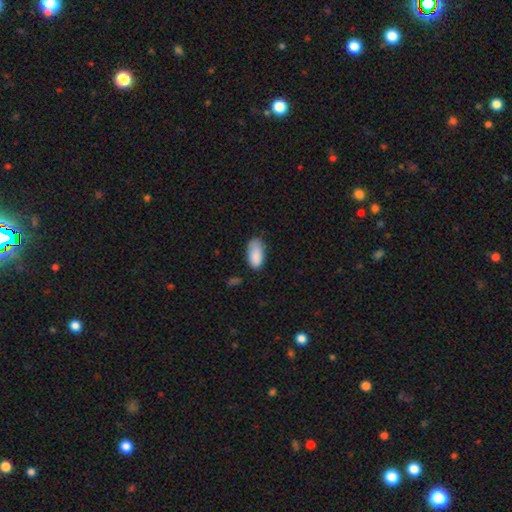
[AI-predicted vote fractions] smooth_or_featured: smooth (p=0.87) [alt: star or artifact p=0.07]
how_rounded: in between (p=0.94) [alt: cigar-shaped p=0.04]
merging: none (p=0.61) [alt: minor disturbance p=0.30]